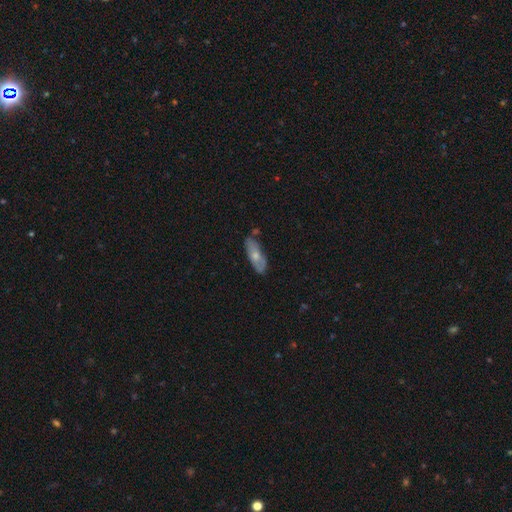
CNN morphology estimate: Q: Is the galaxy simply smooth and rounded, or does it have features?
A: smooth — 58%.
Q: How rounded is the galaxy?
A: in between — 62%.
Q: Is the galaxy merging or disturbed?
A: none — 72%.